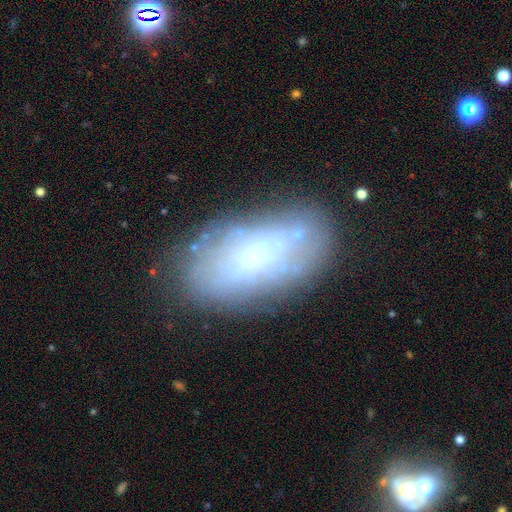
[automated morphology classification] This is possibly a featured or disk galaxy (53%). It is clearly not viewed edge-on (89%). Merging: likely none (67%).